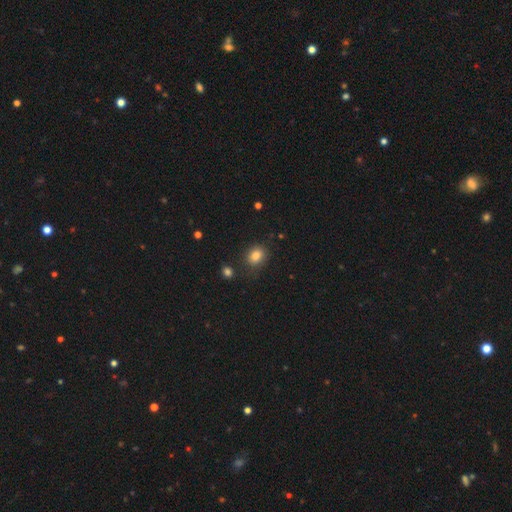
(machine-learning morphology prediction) This is clearly a smooth galaxy (83%). How rounded: possibly round (50%). Merging: likely none (79%).